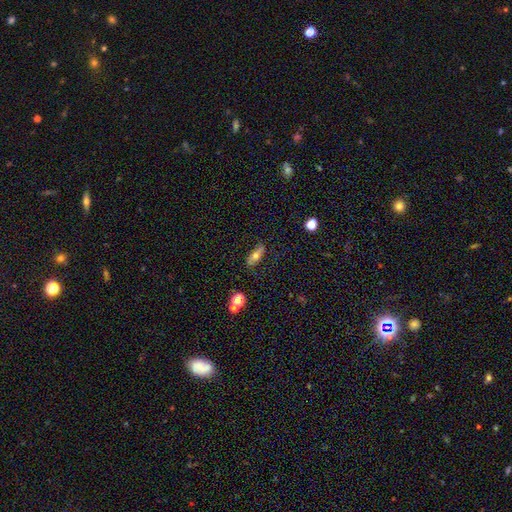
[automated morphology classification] Smooth or featured?
  - smooth: 57% *
  - featured or disk: 34%
  - star or artifact: 9%
How rounded?
  - in between: 61% *
  - cigar-shaped: 34%
  - round: 6%
Merging?
  - none: 78% *
  - minor disturbance: 15%
  - major disturbance: 4%
  - merger: 2%